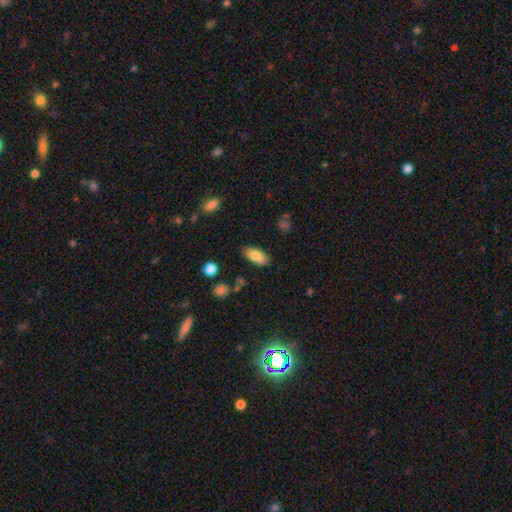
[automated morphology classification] A smooth galaxy with no disk features (82%) that is in between round and cigar-shaped (87%).

Vote fractions:
- Smooth or featured? smooth: 82% / featured or disk: 10% / star or artifact: 7%
- How rounded? in between: 87% / cigar-shaped: 11% / round: 2%
- Merging? none: 84% / minor disturbance: 12% / major disturbance: 3% / merger: 2%